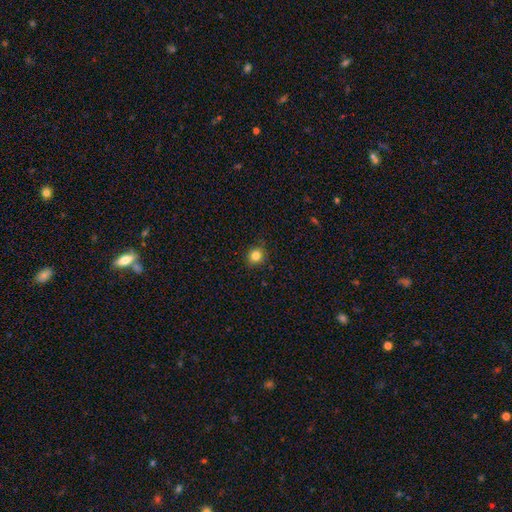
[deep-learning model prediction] Morphology: type=smooth (83%); roundness=round (88%); merging=none (87%).